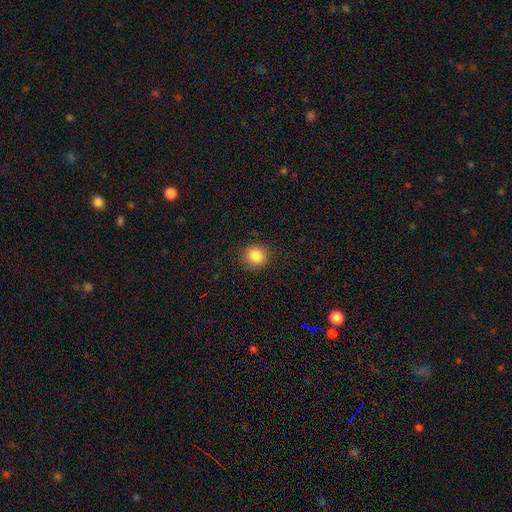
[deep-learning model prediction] Overall: smooth (85%). How rounded: round (82%). Merging: none (88%).